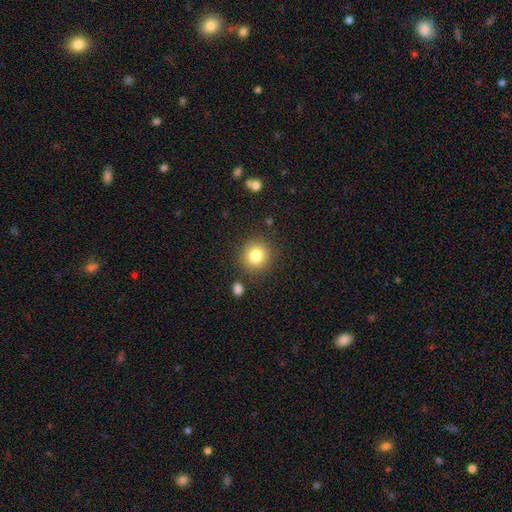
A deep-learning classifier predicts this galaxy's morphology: Overall: smooth (81%). How rounded: round (90%). Merging: none (85%).